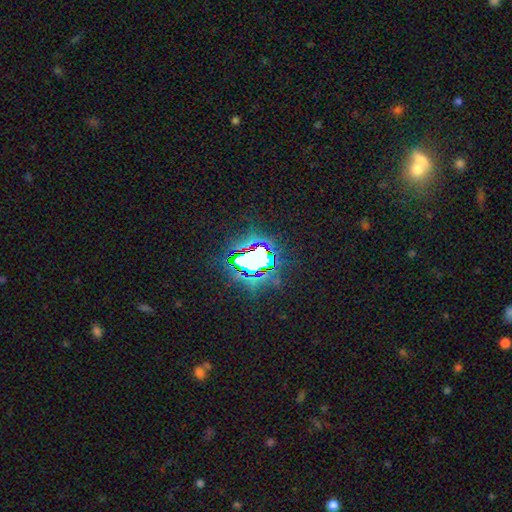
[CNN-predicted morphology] Q: Smooth or featured?
A: star or artifact (72%); runner-up: smooth (17%)